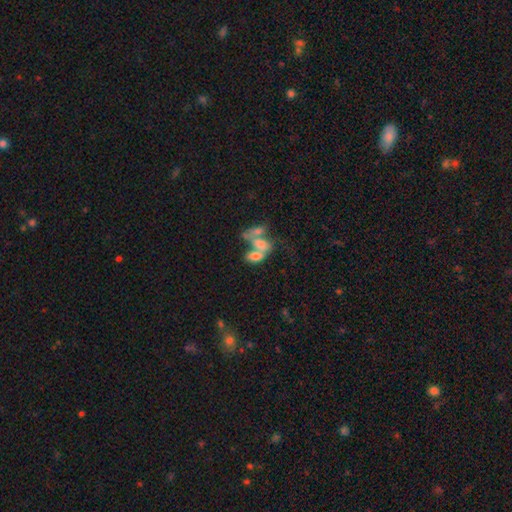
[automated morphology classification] This appears to be a smooth galaxy with no disk features (59%) that is in between round and cigar-shaped (88%). Merging: merger (67%).